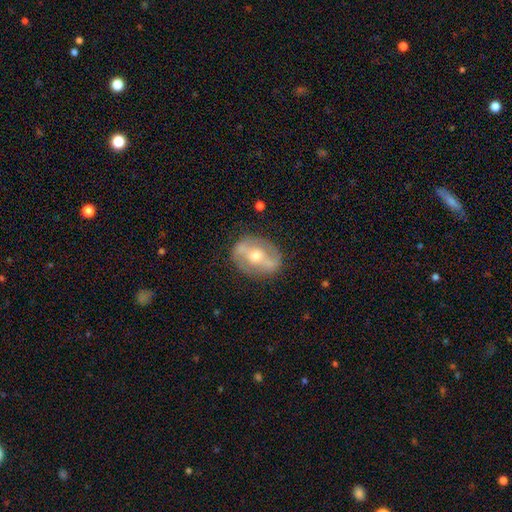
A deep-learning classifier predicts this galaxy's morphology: The model was most divided on "spiral arms": no: 52%, yes: 48%. Remaining: edge-on disk — no (92%); merging — none (79%); smooth or featured — featured or disk (70%); bulge size — moderate (69%); bar — strong (46%).